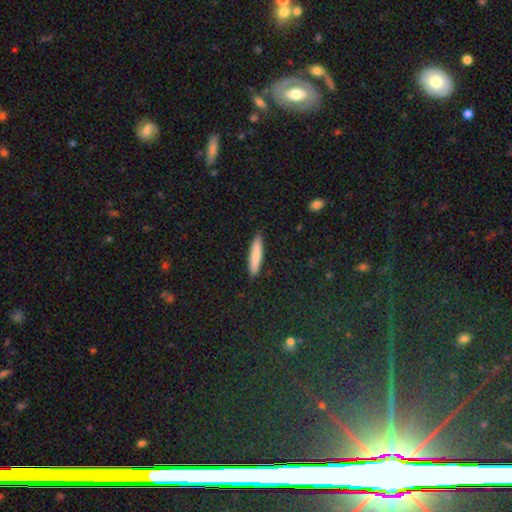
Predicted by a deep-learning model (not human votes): smooth_or_featured: smooth (p=0.81) [alt: featured or disk p=0.13]
how_rounded: cigar-shaped (p=0.86) [alt: in between p=0.13]
merging: none (p=0.88) [alt: minor disturbance p=0.09]